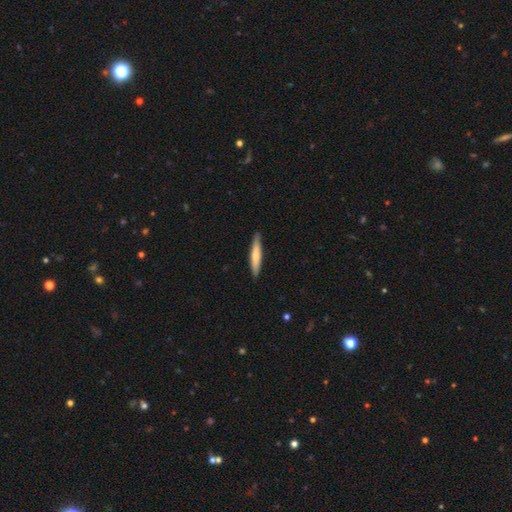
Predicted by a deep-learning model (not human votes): This is likely a smooth galaxy (63%). How rounded: clearly cigar-shaped (90%). Merging: clearly none (86%).